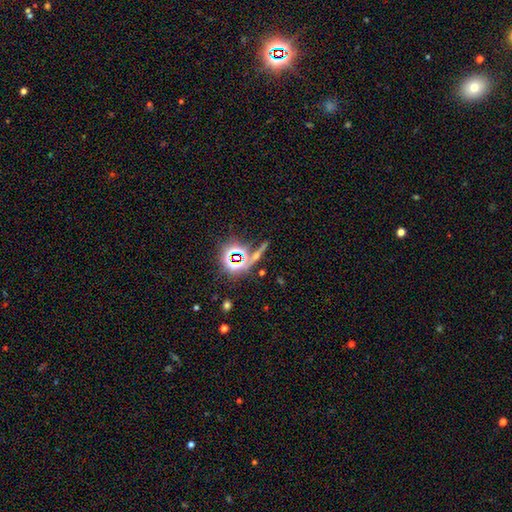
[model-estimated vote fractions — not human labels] Smooth or featured? Predicted: star or artifact (p=0.58).